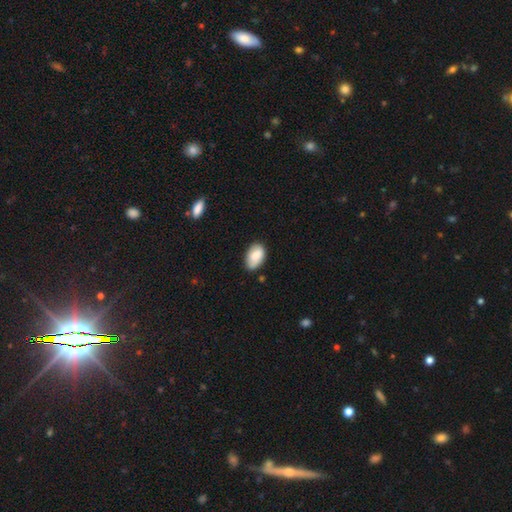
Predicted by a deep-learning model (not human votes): Smooth or featured? smooth (84%)
How rounded? in between (92%)
Merging? none (69%)